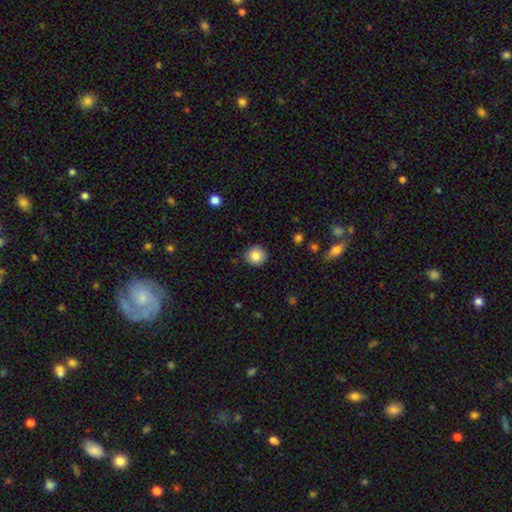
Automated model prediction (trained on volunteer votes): A smooth galaxy with no disk features (85%) that is round (91%). Merging: none (90%).